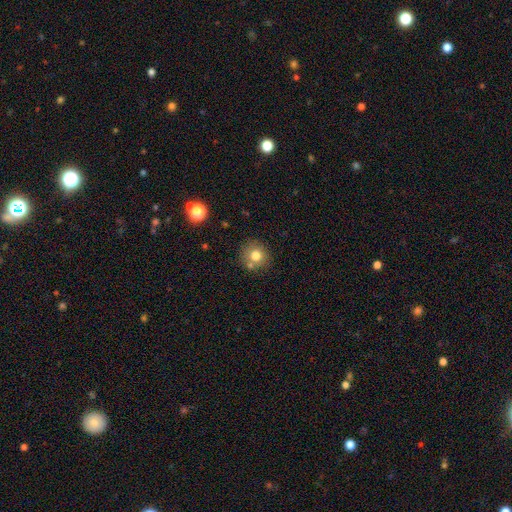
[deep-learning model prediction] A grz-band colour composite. It shows a smooth galaxy with no disk features (76%) that is round (88%). Merging: none (72%).